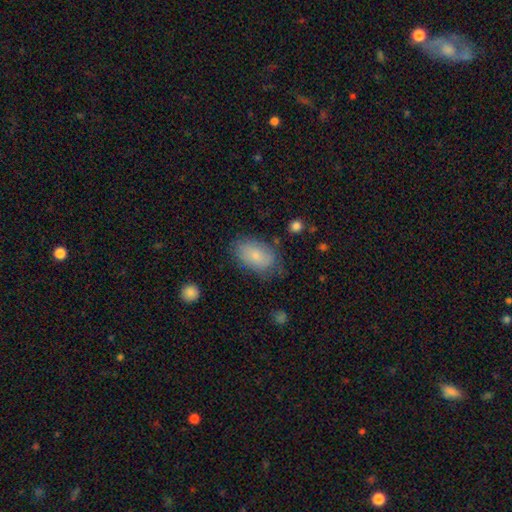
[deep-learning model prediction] Smooth or featured? Predicted: smooth (p=0.79). How rounded? Predicted: in between (p=0.91). Merging? Predicted: none (p=0.70).